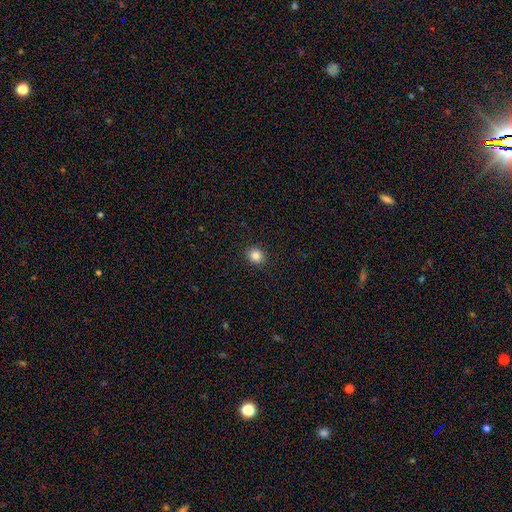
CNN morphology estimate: A smooth galaxy with no disk features (84%) that is round (72%). Merging: none (91%).